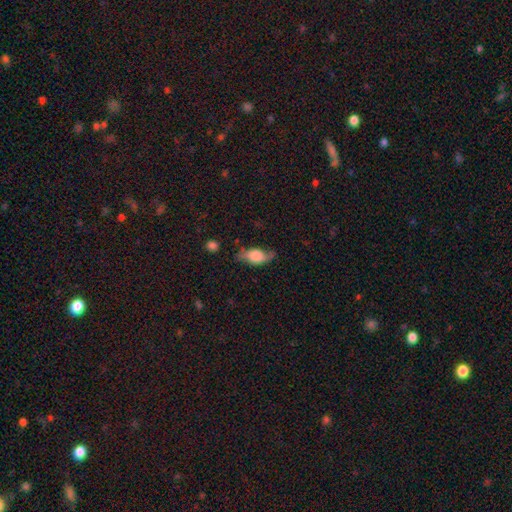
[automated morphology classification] smooth 52%, featured or disk 39%, star or artifact 8%. Down the decision tree: how rounded — in between (83%); merging — none (60%).